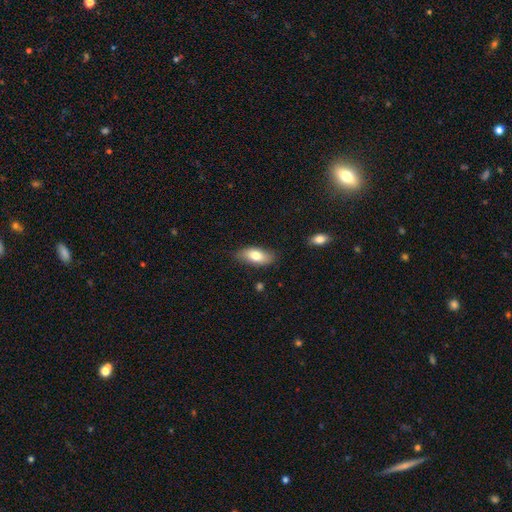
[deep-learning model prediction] Smooth or featured: smooth — 77% (featured or disk — 16%)
How rounded: in between — 87% (cigar-shaped — 10%)
Merging: none — 81% (minor disturbance — 15%)